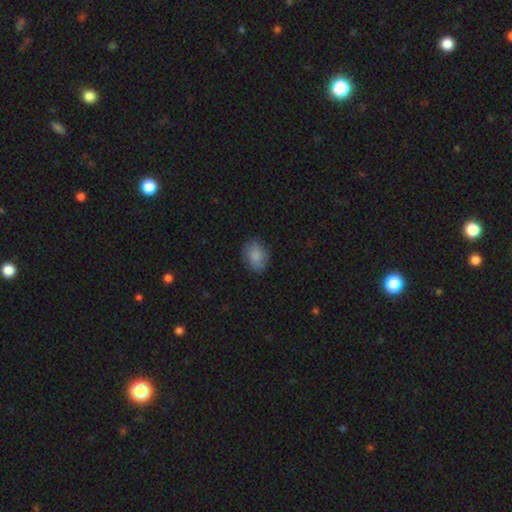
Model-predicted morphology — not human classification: This is clearly a smooth galaxy (85%). How rounded: likely in between (66%). Merging: likely none (77%).